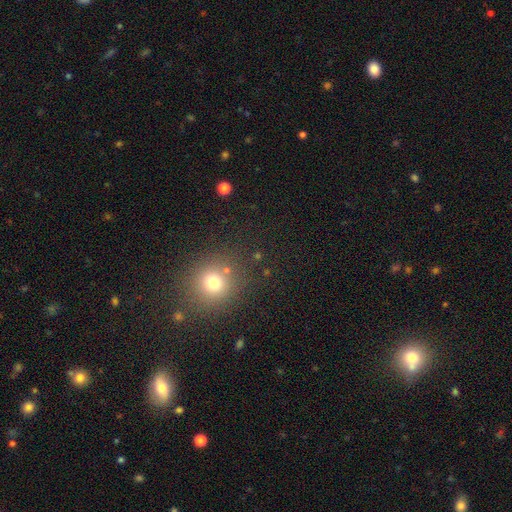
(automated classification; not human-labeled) Smooth or featured?
  - smooth: 59% *
  - star or artifact: 34%
  - featured or disk: 7%
How rounded?
  - round: 86% *
  - in between: 13%
  - cigar-shaped: 1%
Merging?
  - none: 85% *
  - minor disturbance: 8%
  - merger: 4%
  - major disturbance: 3%